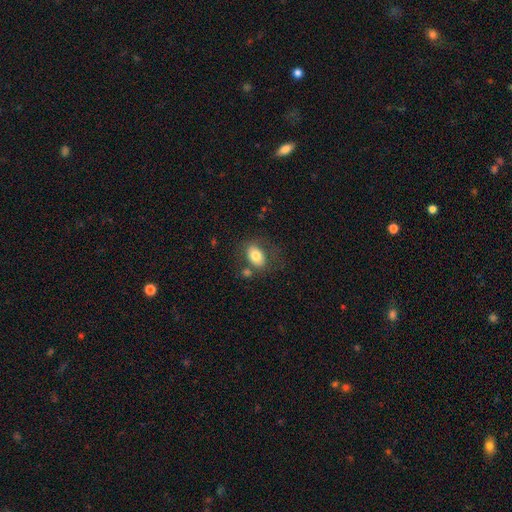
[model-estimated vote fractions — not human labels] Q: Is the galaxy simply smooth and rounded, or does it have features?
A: smooth — 77%.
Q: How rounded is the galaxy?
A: in between — 83%.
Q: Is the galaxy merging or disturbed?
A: none — 62%.